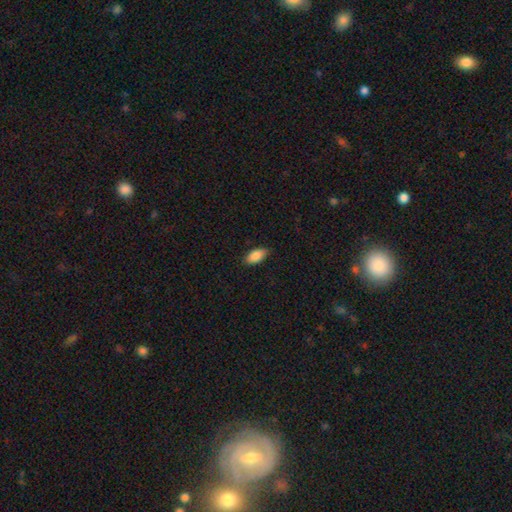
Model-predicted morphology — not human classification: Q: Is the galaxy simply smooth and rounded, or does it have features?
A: smooth — 88%.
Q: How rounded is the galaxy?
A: in between — 92%.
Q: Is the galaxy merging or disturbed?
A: none — 86%.